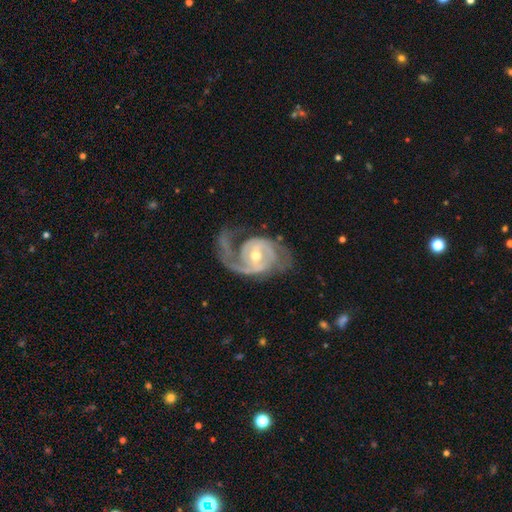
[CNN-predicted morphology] smooth_or_featured: featured or disk (p=0.92) [alt: smooth p=0.04]
disk_edge_on: no (p=0.98) [alt: yes p=0.02]
bar: no (p=0.44) [alt: weak p=0.41]
has_spiral_arms: yes (p=0.97) [alt: no p=0.03]
spiral_winding: medium (p=0.45) [alt: tight p=0.37]
spiral_arm_count: 2 (p=0.67) [alt: 1 p=0.14]
bulge_size: moderate (p=0.64) [alt: small p=0.31]
merging: none (p=0.50) [alt: major disturbance p=0.27]